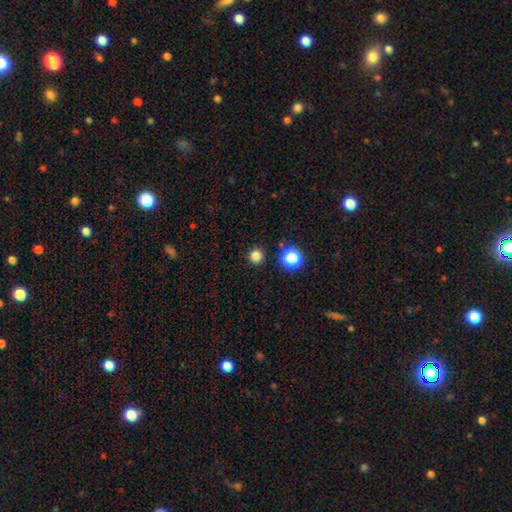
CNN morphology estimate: The model was most divided on "smooth or featured": smooth: 81%, star or artifact: 15%, featured or disk: 4%. More confident: how rounded — round (95%); merging — none (91%).